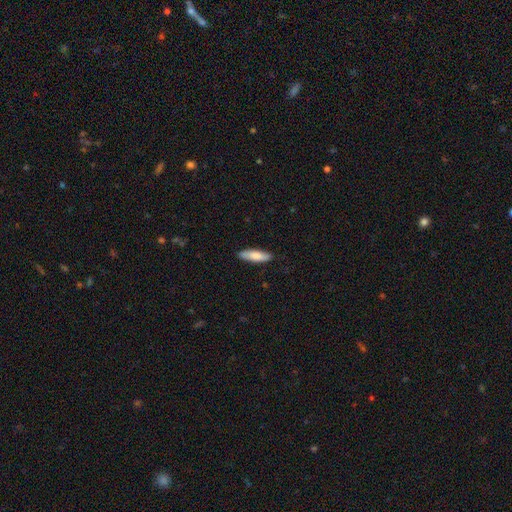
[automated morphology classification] Smooth or featured?
  - smooth: 81% *
  - featured or disk: 14%
  - star or artifact: 5%
How rounded?
  - cigar-shaped: 61% *
  - in between: 37%
  - round: 2%
Merging?
  - none: 87% *
  - minor disturbance: 10%
  - major disturbance: 2%
  - merger: 1%